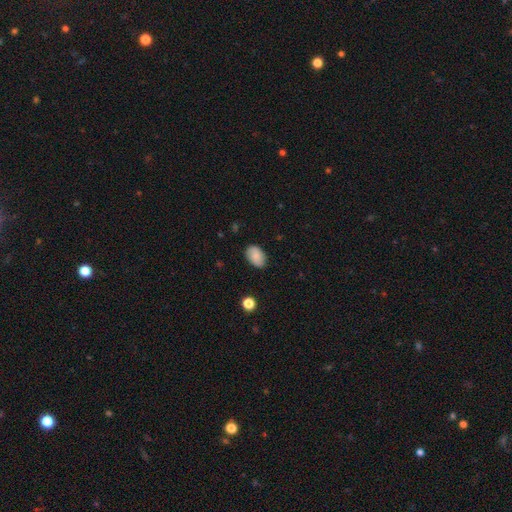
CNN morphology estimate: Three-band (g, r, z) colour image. It shows a smooth galaxy with no disk features (82%) that is in between round and cigar-shaped (88%). Merging: none (82%).